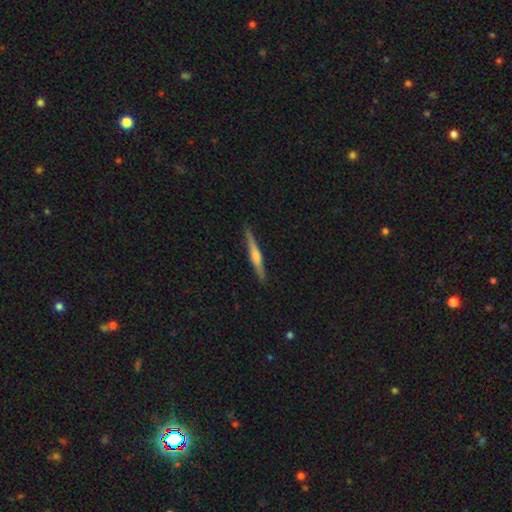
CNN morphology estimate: type=featured or disk (54%); edge-on=yes (97%); edge-on bulge=rounded (64%); merging=none (90%).